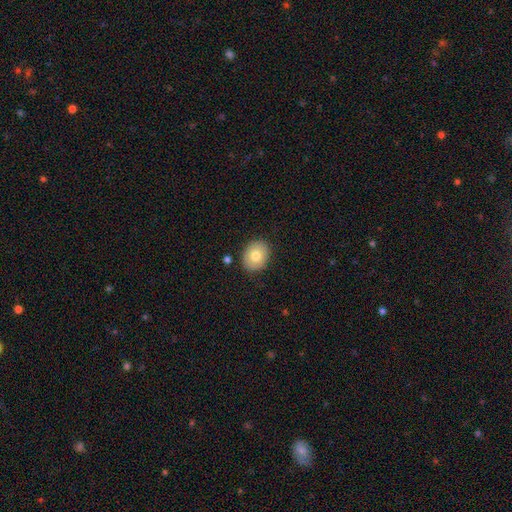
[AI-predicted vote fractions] Smooth or featured? Predicted: smooth (p=0.77). How rounded? Predicted: in between (p=0.50). Merging? Predicted: none (p=0.87).